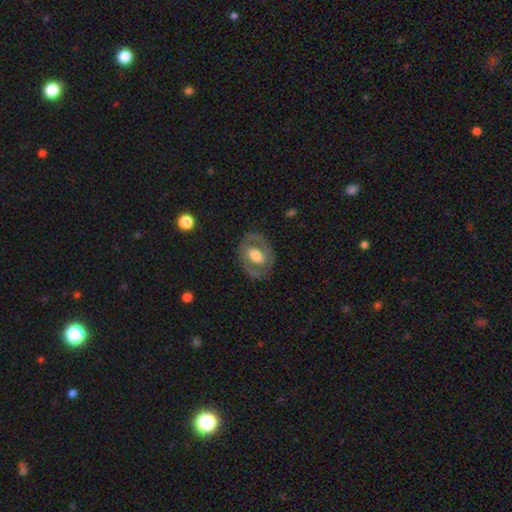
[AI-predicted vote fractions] Smooth or featured?
  - featured or disk: 62% *
  - smooth: 33%
  - star or artifact: 6%
Edge-on disk?
  - no: 95% *
  - yes: 5%
Bar?
  - no: 52% *
  - weak: 33%
  - strong: 15%
Spiral arms?
  - no: 54% *
  - yes: 46%
Bulge size?
  - moderate: 56% *
  - large: 31%
  - small: 10%
  - dominant: 2%
  - none: 2%
Merging?
  - none: 77% *
  - minor disturbance: 14%
  - major disturbance: 7%
  - merger: 1%